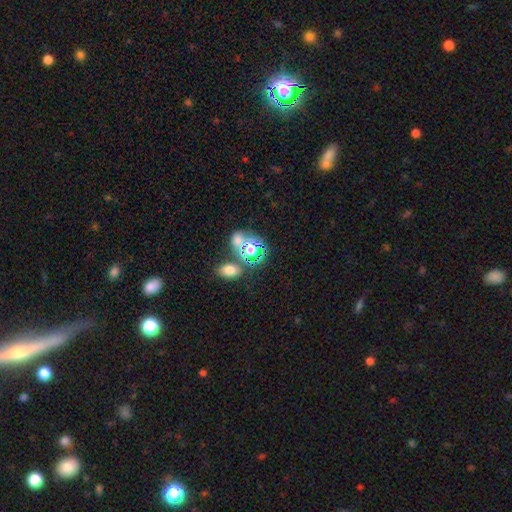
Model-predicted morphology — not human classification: Smooth or featured?
  - smooth: 52% *
  - star or artifact: 39%
  - featured or disk: 10%
How rounded?
  - round: 52% *
  - in between: 46%
  - cigar-shaped: 2%
Merging?
  - none: 58% *
  - merger: 25%
  - minor disturbance: 11%
  - major disturbance: 6%